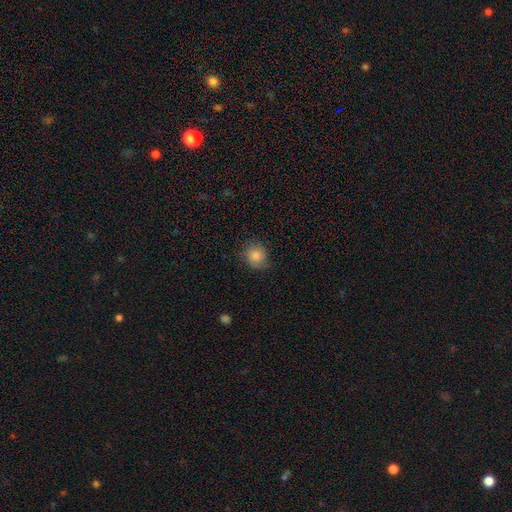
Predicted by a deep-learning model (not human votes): Smooth or featured? smooth (81%)
How rounded? round (79%)
Merging? none (76%)